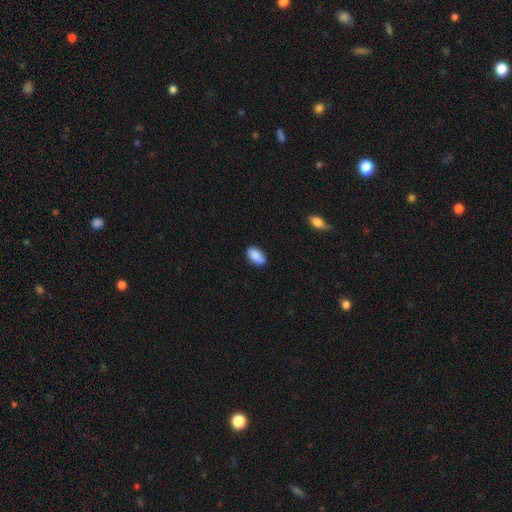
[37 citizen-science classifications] Q: Smooth or featured?
A: smooth (89%); runner-up: featured or disk (5%)
Q: How rounded?
A: in between (88%); runner-up: cigar-shaped (9%)
Q: Merging?
A: none (80%); runner-up: minor disturbance (14%)